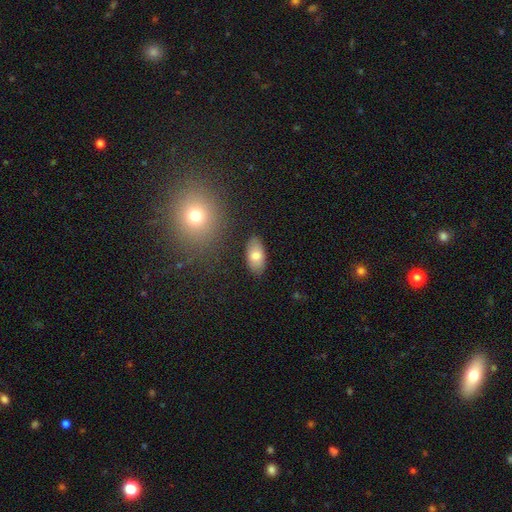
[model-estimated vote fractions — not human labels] Q: Smooth or featured?
A: smooth (77%); runner-up: featured or disk (15%)
Q: How rounded?
A: in between (94%); runner-up: round (4%)
Q: Merging?
A: none (84%); runner-up: minor disturbance (11%)